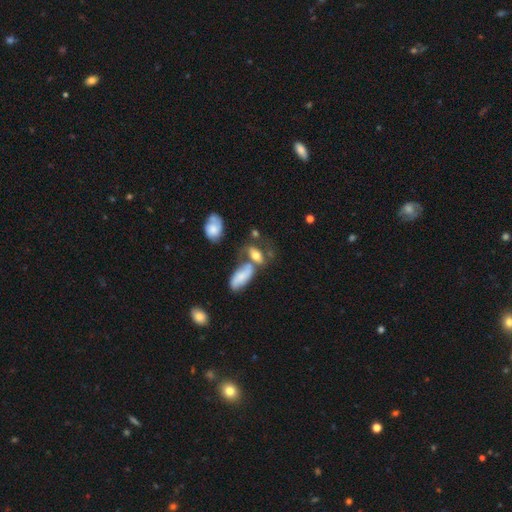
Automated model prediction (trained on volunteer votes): This is possibly a smooth galaxy (56%). How rounded: likely in between (78%). Merging: marginally merger (38%).